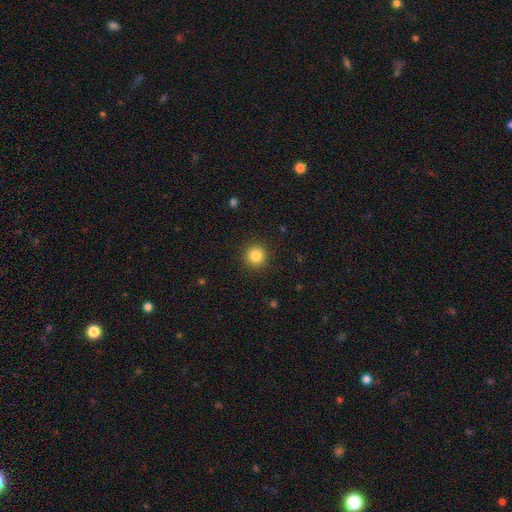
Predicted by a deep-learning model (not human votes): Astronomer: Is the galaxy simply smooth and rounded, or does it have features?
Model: smooth — 84%.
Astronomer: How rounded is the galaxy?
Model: round — 95%.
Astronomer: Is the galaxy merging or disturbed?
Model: none — 92%.